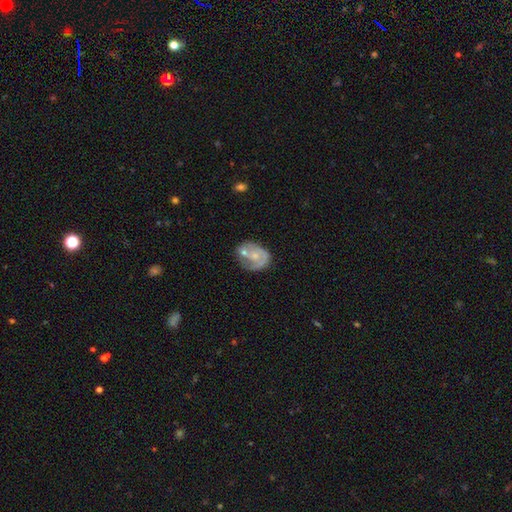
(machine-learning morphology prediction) Smooth or featured? featured or disk (62%)
Edge-on disk? no (98%)
Bar? no (76%)
Spiral arms? yes (69%)
Bulge size? small (53%)
Merging? none (37%)